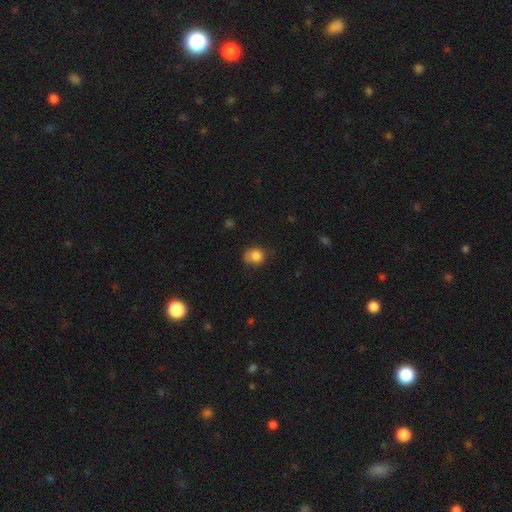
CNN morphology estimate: Smooth or featured: smooth — 82% (star or artifact — 10%)
How rounded: round — 64% (in between — 35%)
Merging: none — 55% (minor disturbance — 32%)